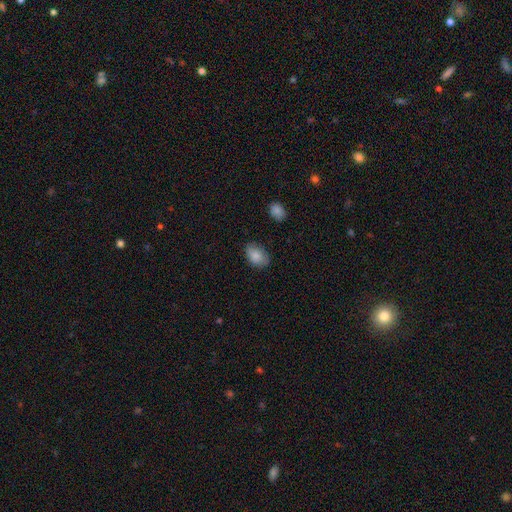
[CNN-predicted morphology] Overall: smooth (85%). How rounded: in between (89%). Merging: none (76%).